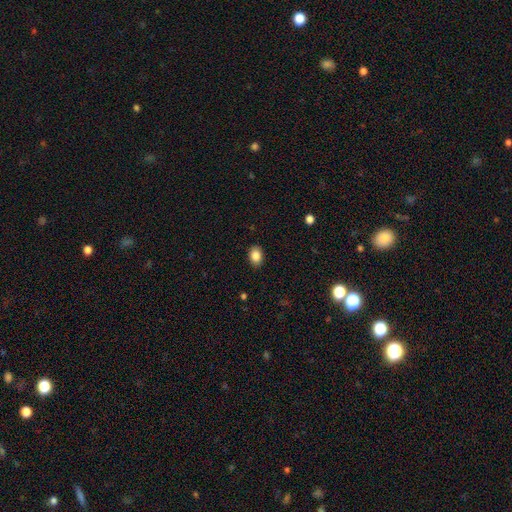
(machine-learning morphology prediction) A smooth galaxy with no disk features (86%) that is in between round and cigar-shaped (75%). Merging: none (89%).